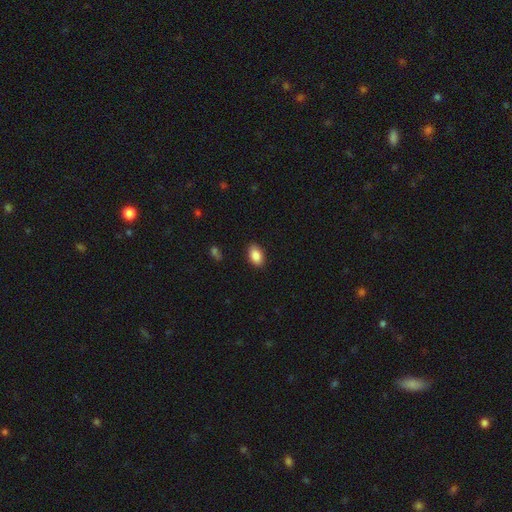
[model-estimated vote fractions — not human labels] The model was most divided on "merging": none: 87%, minor disturbance: 9%, major disturbance: 2%, merger: 1%. More confident: how rounded — in between (92%); smooth or featured — smooth (88%).